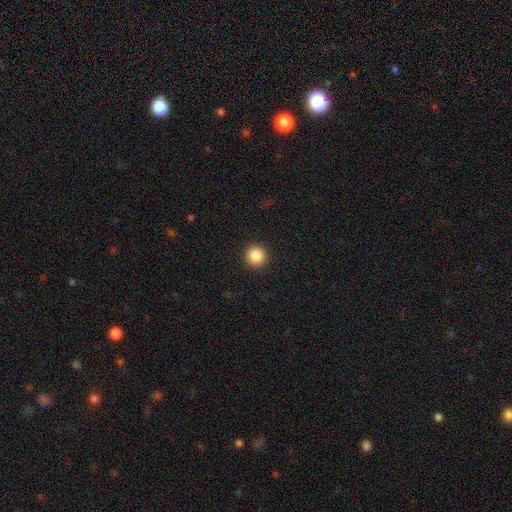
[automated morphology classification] A smooth galaxy with no disk features (87%) that is round (95%). Merging: none (93%).